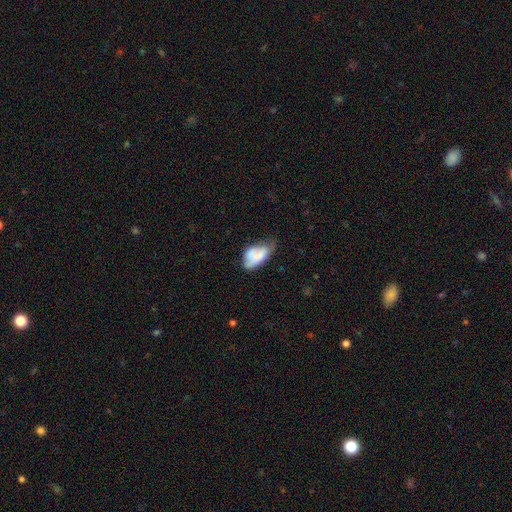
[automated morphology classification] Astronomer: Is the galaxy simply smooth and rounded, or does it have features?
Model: smooth — 72%.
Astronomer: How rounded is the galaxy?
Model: in between — 92%.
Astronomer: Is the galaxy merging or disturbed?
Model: minor disturbance — 43% (runner-up: none, 28%).